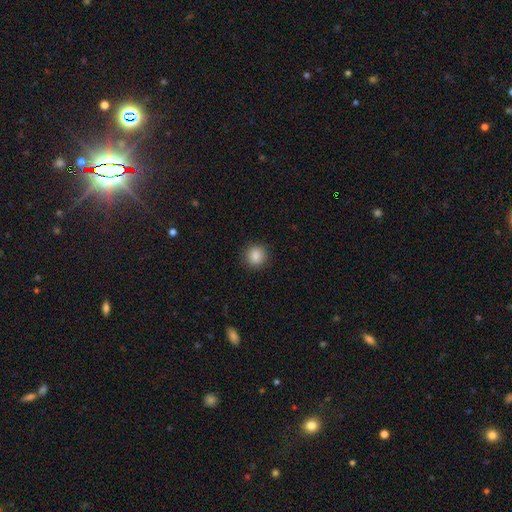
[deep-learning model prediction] Smooth or featured? smooth (87%)
How rounded? round (90%)
Merging? none (90%)